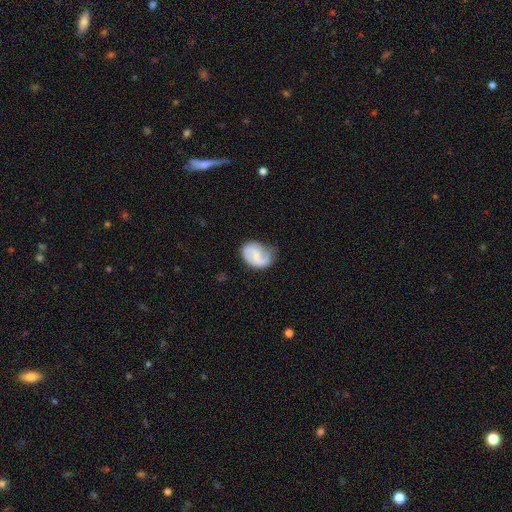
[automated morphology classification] A featured or disk galaxy (68%) with a weak bar (50%), 2 (78%) medium (45%) spiral arms (92%) and a small central bulge (46%).

Vote fractions:
- Smooth or featured? featured or disk: 68% / smooth: 26% / star or artifact: 6%
- Edge-on disk? no: 98% / yes: 2%
- Bar? weak: 50% / no: 37% / strong: 13%
- Spiral arms? yes: 92% / no: 8%
- Spiral winding? medium: 45% / loose: 34% / tight: 21%
- Spiral arm count? 2: 78% / 1: 12% / can't tell: 7% / 3: 1% / 4: 1% / more than 4: 1%
- Bulge size? small: 46% / none: 28% / moderate: 23% / large: 2% / dominant: 1%
- Merging? none: 63% / minor disturbance: 26% / major disturbance: 9% / merger: 2%